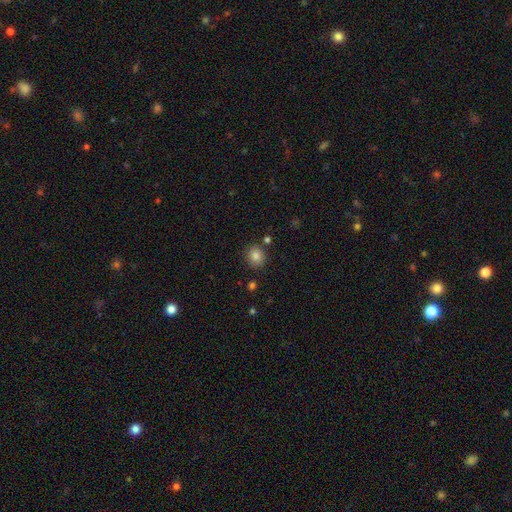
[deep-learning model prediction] Smooth or featured: smooth — 83% (star or artifact — 11%)
How rounded: round — 80% (in between — 19%)
Merging: none — 85% (minor disturbance — 9%)